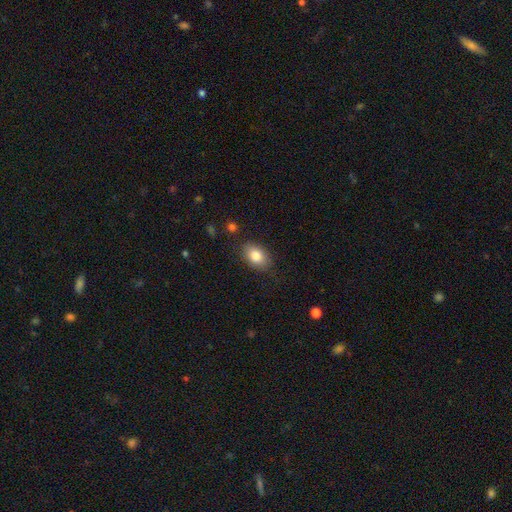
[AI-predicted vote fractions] Overall: smooth (82%). How rounded: in between (84%). Merging: none (83%).